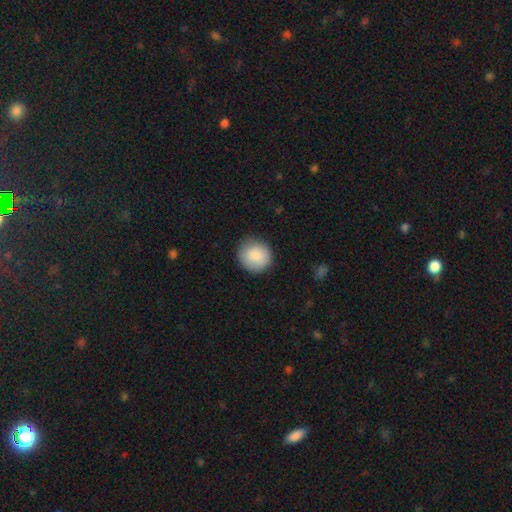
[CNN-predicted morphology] The model was most divided on "merging": none: 86%, minor disturbance: 10%, major disturbance: 2%, merger: 1%. More confident: how rounded — round (91%); smooth or featured — smooth (88%).